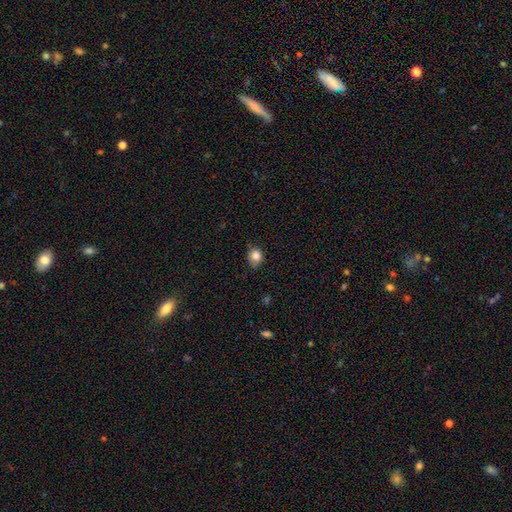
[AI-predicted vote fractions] This is clearly a smooth galaxy (84%). How rounded: likely round (71%). Merging: likely none (68%).